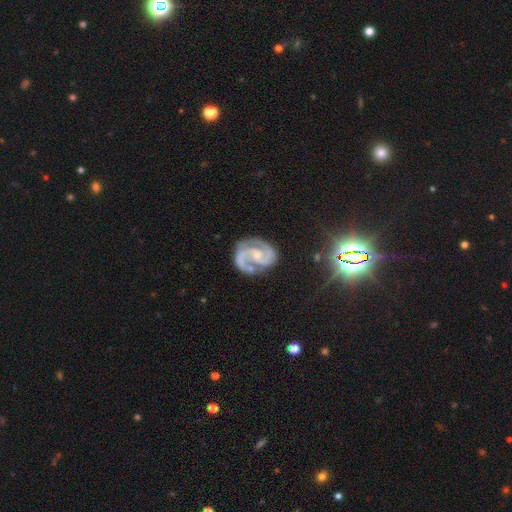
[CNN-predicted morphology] A featured or disk galaxy (89%) with no bar (47%), 2 (90%) medium (56%) spiral arms (98%) and a small central bulge (54%).

Vote fractions:
- Smooth or featured? featured or disk: 89% / star or artifact: 6% / smooth: 4%
- Edge-on disk? no: 98% / yes: 2%
- Bar? no: 47% / weak: 40% / strong: 13%
- Spiral arms? yes: 98% / no: 2%
- Spiral winding? medium: 56% / tight: 32% / loose: 12%
- Spiral arm count? 2: 90% / 3: 3% / can't tell: 3% / 1: 2% / 4: 1% / more than 4: 1%
- Bulge size? small: 54% / moderate: 30% / none: 13% / large: 2% / dominant: 1%
- Merging? none: 71% / minor disturbance: 17% / major disturbance: 8% / merger: 4%